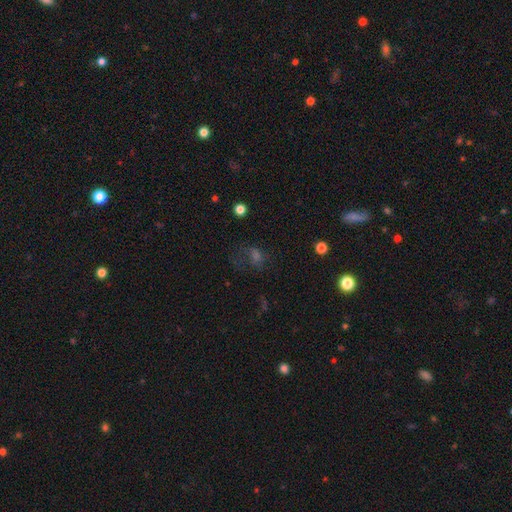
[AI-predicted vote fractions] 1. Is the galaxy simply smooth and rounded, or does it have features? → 44% smooth, 33% star or artifact, 23% featured or disk.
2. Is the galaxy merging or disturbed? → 47% none, 29% major disturbance, 20% minor disturbance, 4% merger.